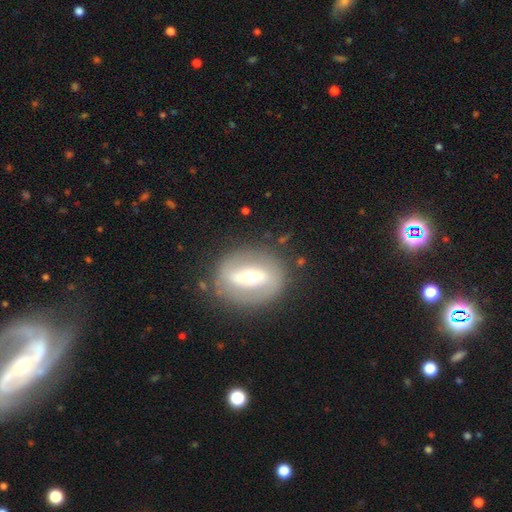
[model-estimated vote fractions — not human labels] This appears to be a featured or disk galaxy (73%) with a strong bar (59%), spiral arms (75%) and a moderate central bulge (59%). Merging: none (76%).